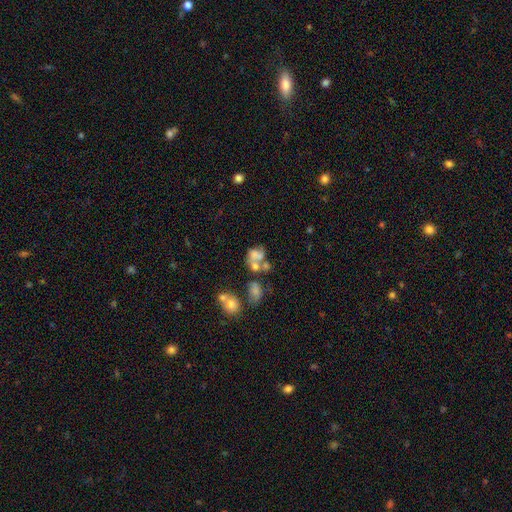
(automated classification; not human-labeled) A smooth galaxy with no disk features (47%).

Vote fractions:
- Smooth or featured? smooth: 47% / featured or disk: 38% / star or artifact: 15%
- Merging? merger: 51% / none: 20% / major disturbance: 18% / minor disturbance: 11%